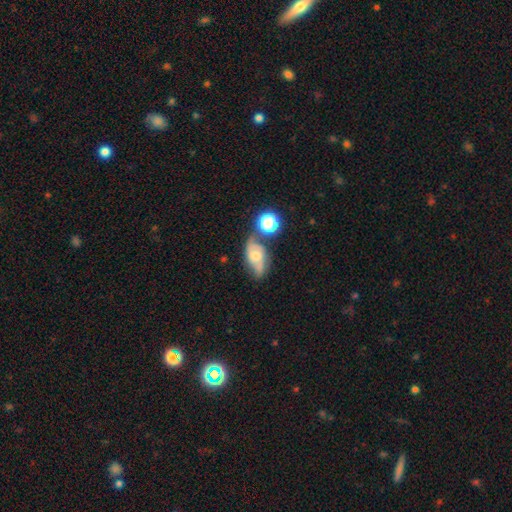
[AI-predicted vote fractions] The model was most divided on "bulge size": moderate: 48%, small: 37%, large: 8%, none: 5%, dominant: 2%. Remaining: edge-on disk — no (91%); spiral arms — yes (82%); bar — no (65%); smooth or featured — featured or disk (56%); merging — none (47%).